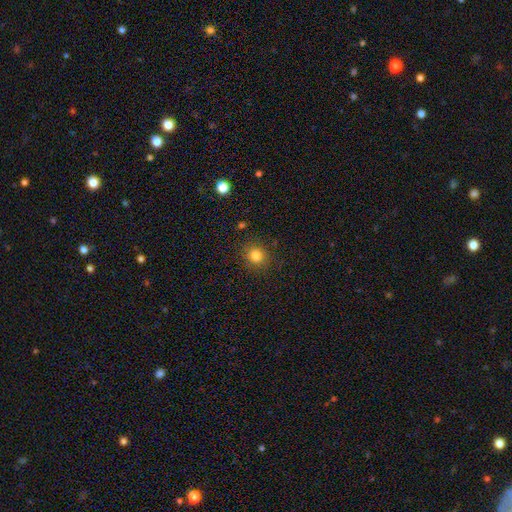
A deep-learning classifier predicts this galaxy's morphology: The model was most divided on "smooth or featured": smooth: 81%, star or artifact: 13%, featured or disk: 6%. More confident: merging — none (89%); how rounded — round (86%).